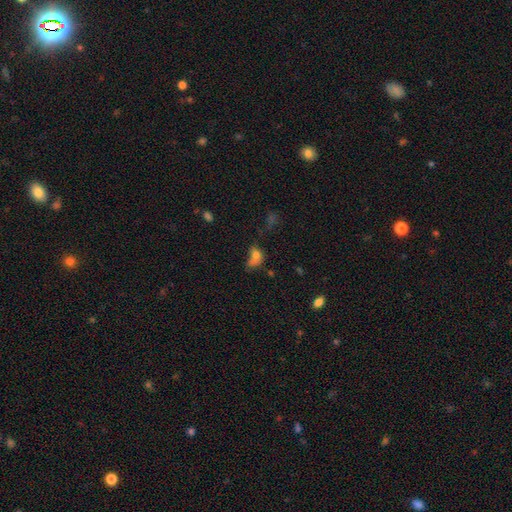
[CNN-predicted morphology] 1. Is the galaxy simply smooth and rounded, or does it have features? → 71% smooth, 15% featured or disk, 14% star or artifact.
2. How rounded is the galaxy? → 66% in between, 31% round, 3% cigar-shaped.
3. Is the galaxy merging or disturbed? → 29% major disturbance, 26% none, 24% minor disturbance, 21% merger.